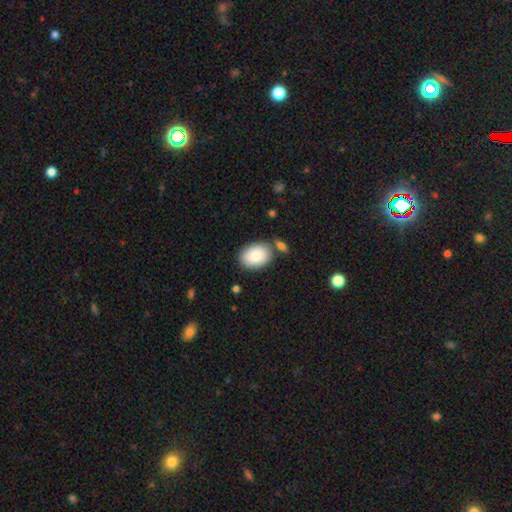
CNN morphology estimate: Smooth or featured?
  - smooth: 84% *
  - featured or disk: 10%
  - star or artifact: 7%
How rounded?
  - in between: 82% *
  - round: 17%
  - cigar-shaped: 1%
Merging?
  - none: 73% *
  - minor disturbance: 14%
  - merger: 10%
  - major disturbance: 3%